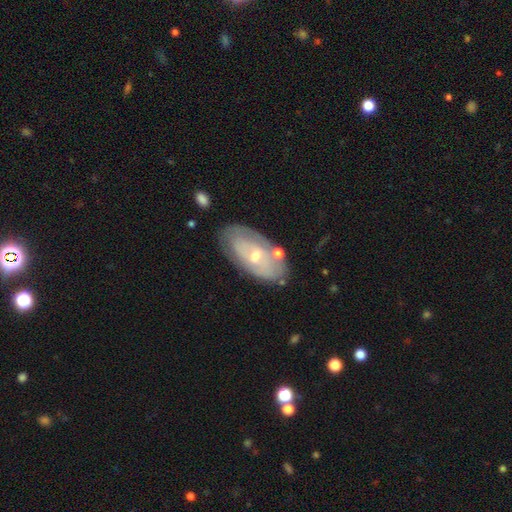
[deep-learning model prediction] smooth-or-featured: featured or disk: 65% | smooth: 28% | star or artifact: 6%
  disk-edge-on: no: 91% | yes: 9%
    bar: no: 69% | weak: 25% | strong: 6%
    has-spiral-arms: yes: 55% | no: 45%
    bulge-size: small: 54% | moderate: 42% | large: 2% | none: 1% | dominant: 1%
  merging: none: 69% | minor disturbance: 19% | major disturbance: 6% | merger: 5%